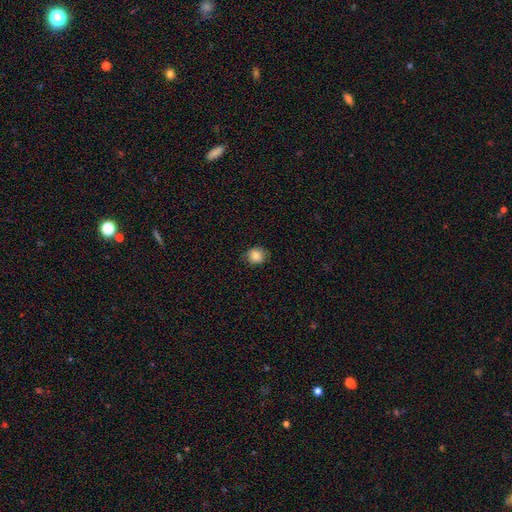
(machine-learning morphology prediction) Smooth or featured: smooth — 84% (star or artifact — 10%)
How rounded: round — 81% (in between — 18%)
Merging: none — 82% (minor disturbance — 14%)